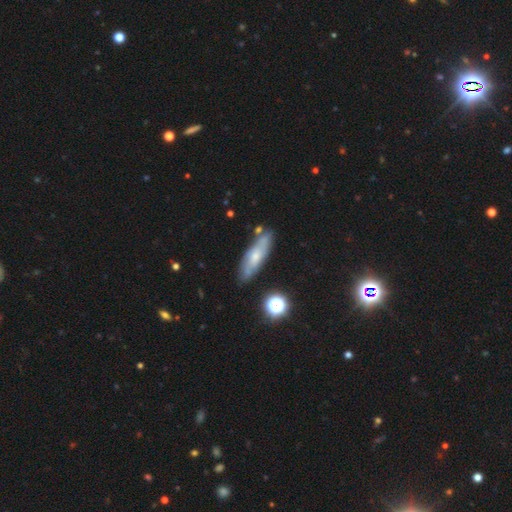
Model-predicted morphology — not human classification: smooth_or_featured: featured or disk (p=0.46) [alt: smooth p=0.45]
merging: none (p=0.74) [alt: minor disturbance p=0.16]